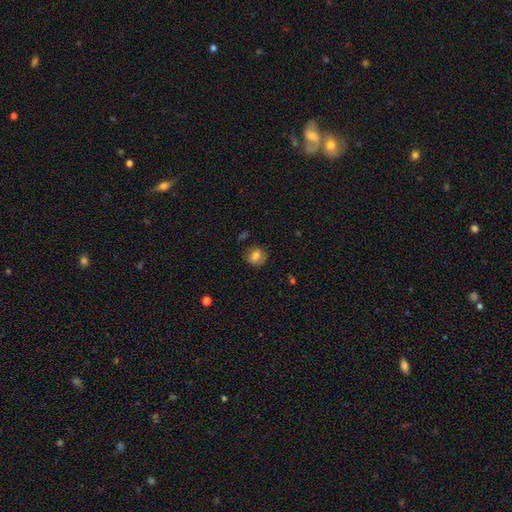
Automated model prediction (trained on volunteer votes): This is likely a smooth galaxy (78%). How rounded: likely round (74%). Merging: likely none (77%).